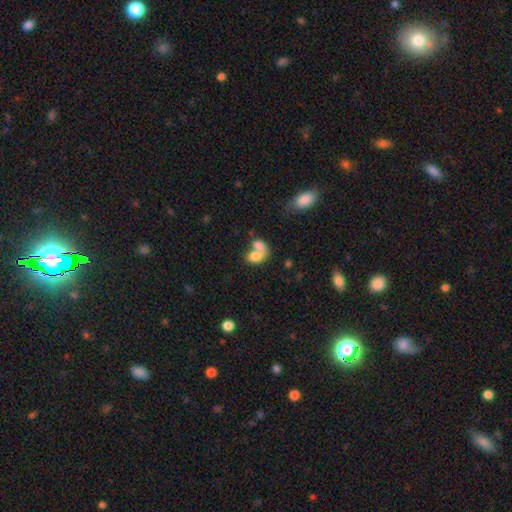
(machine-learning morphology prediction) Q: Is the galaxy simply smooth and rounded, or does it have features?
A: smooth — 74%.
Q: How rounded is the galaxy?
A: in between — 73%.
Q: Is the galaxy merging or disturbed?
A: merger — 72%.